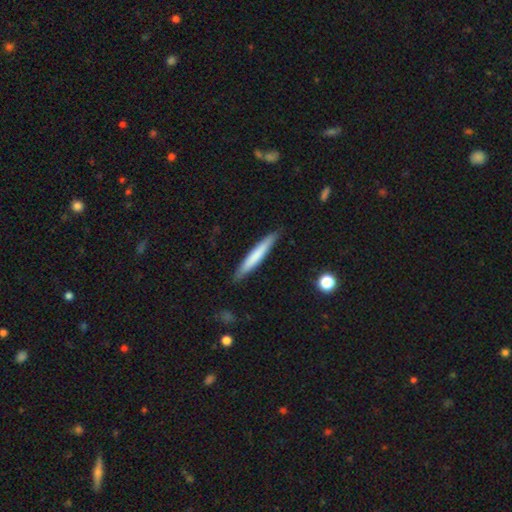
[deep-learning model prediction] Smooth or featured?
  - smooth: 70% *
  - featured or disk: 25%
  - star or artifact: 5%
How rounded?
  - cigar-shaped: 95% *
  - in between: 4%
  - round: 1%
Merging?
  - none: 89% *
  - minor disturbance: 9%
  - major disturbance: 2%
  - merger: 1%